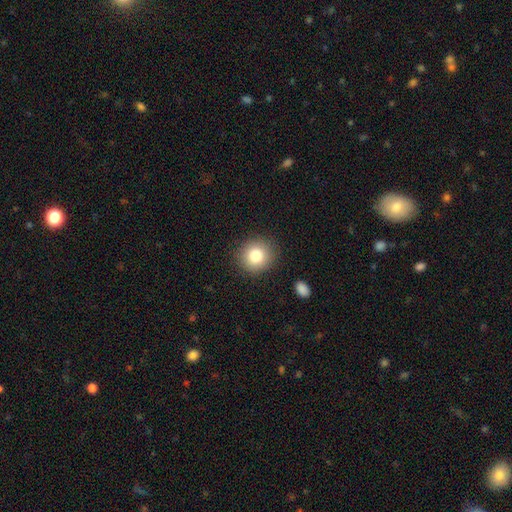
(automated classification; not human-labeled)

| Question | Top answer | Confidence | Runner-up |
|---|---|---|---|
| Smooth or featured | smooth | 82% | star or artifact (10%) |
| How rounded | round | 87% | in between (12%) |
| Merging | none | 88% | minor disturbance (8%) |